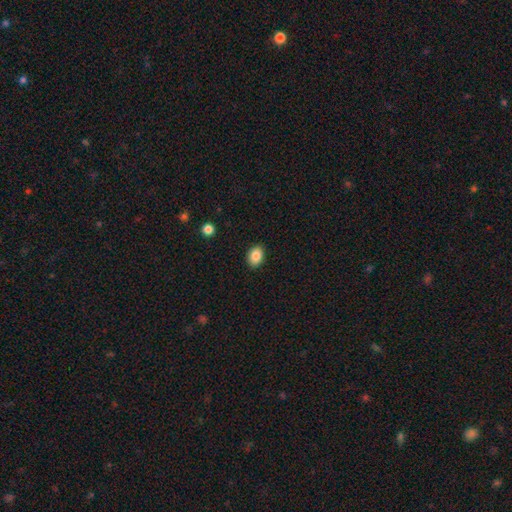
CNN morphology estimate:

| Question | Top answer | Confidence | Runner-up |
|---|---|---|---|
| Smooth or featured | smooth | 86% | star or artifact (8%) |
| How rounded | in between | 78% | round (21%) |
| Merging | none | 89% | minor disturbance (8%) |